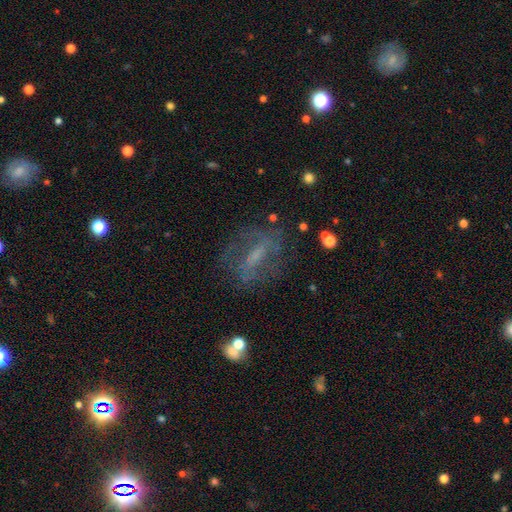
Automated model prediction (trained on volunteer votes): Q: Smooth or featured?
A: featured or disk (56%); runner-up: smooth (28%)
Q: Edge-on disk?
A: no (83%); runner-up: yes (17%)
Q: Merging?
A: none (70%); runner-up: minor disturbance (16%)